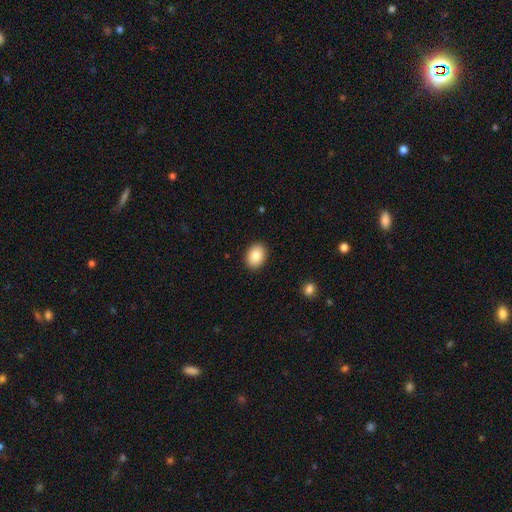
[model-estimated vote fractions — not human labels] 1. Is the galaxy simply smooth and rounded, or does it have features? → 86% smooth, 7% star or artifact, 6% featured or disk.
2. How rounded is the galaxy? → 72% in between, 27% round, 1% cigar-shaped.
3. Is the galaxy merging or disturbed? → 90% none, 7% minor disturbance, 2% major disturbance, 1% merger.